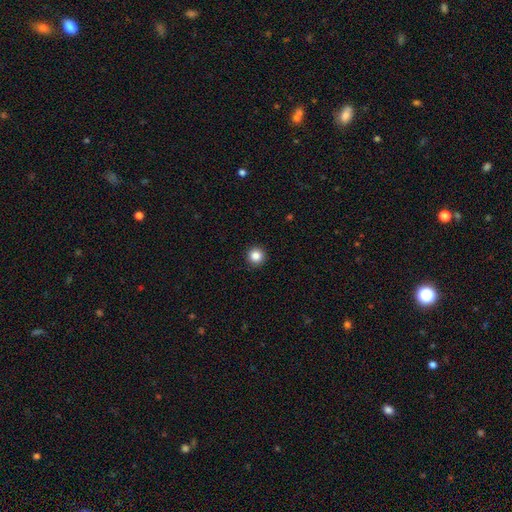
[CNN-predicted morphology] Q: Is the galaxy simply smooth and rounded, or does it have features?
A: smooth — 85%.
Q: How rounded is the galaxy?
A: round — 96%.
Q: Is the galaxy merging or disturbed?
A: none — 93%.